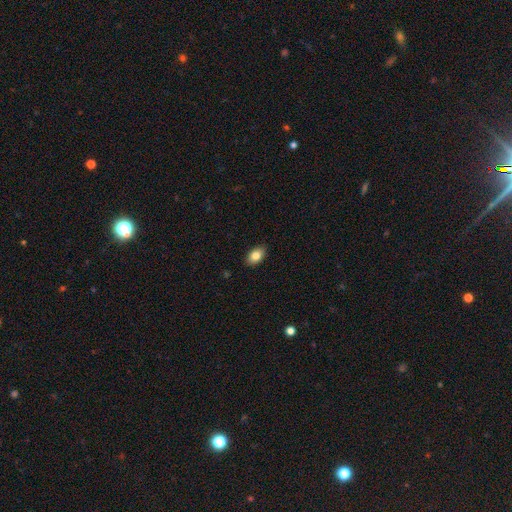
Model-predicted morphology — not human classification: smooth-or-featured: smooth: 83% | featured or disk: 10% | star or artifact: 8%
  how-rounded: in between: 89% | round: 9% | cigar-shaped: 2%
  merging: none: 88% | minor disturbance: 9% | major disturbance: 2% | merger: 1%